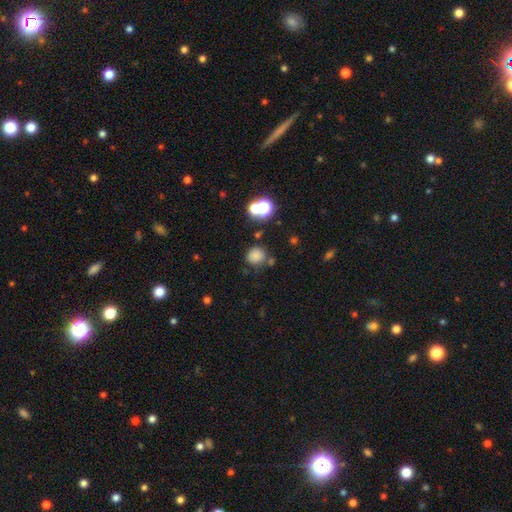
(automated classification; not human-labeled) Morphology: type=smooth (78%); roundness=round (87%); merging=none (71%).